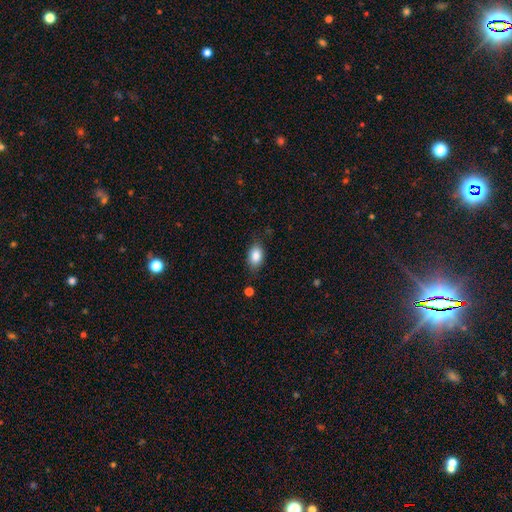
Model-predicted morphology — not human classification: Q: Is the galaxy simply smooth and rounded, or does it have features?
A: smooth — 86%.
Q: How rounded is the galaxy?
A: in between — 86%.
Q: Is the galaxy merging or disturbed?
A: none — 79%.